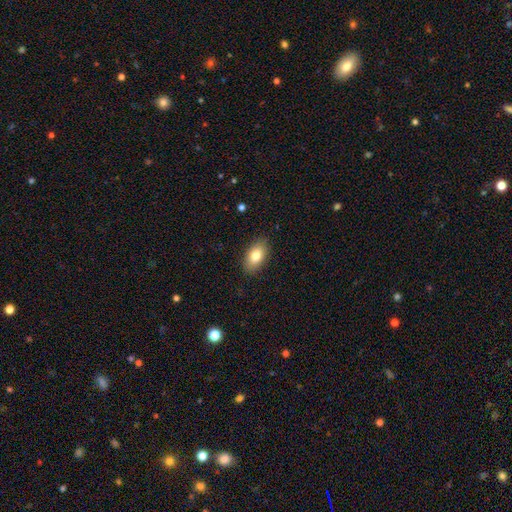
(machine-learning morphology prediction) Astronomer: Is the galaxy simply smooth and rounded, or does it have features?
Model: smooth — 81%.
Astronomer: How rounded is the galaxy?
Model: in between — 91%.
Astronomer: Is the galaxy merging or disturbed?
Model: none — 87%.